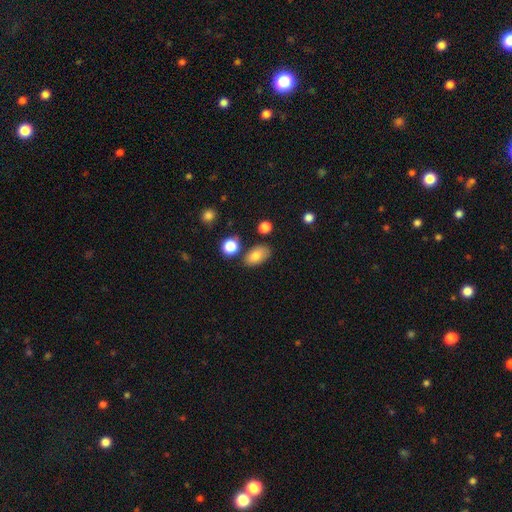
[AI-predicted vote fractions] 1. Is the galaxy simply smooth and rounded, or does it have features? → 80% smooth, 11% featured or disk, 9% star or artifact.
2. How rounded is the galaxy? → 90% in between, 8% round, 2% cigar-shaped.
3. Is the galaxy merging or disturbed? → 77% none, 14% minor disturbance, 6% merger, 3% major disturbance.